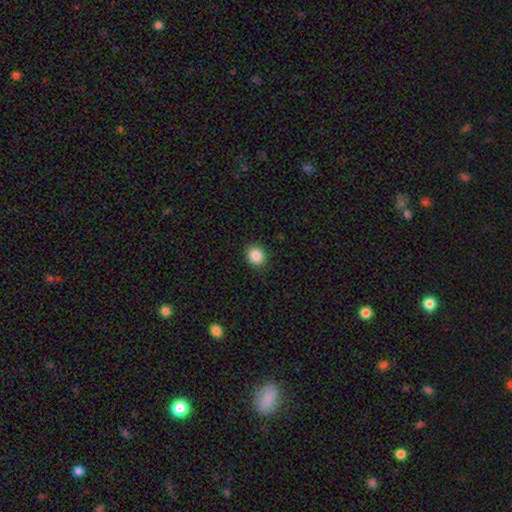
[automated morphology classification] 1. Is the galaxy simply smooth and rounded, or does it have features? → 86% smooth, 10% star or artifact, 4% featured or disk.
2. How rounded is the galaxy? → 70% round, 29% in between, 1% cigar-shaped.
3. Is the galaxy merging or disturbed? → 90% none, 7% minor disturbance, 2% major disturbance, 1% merger.